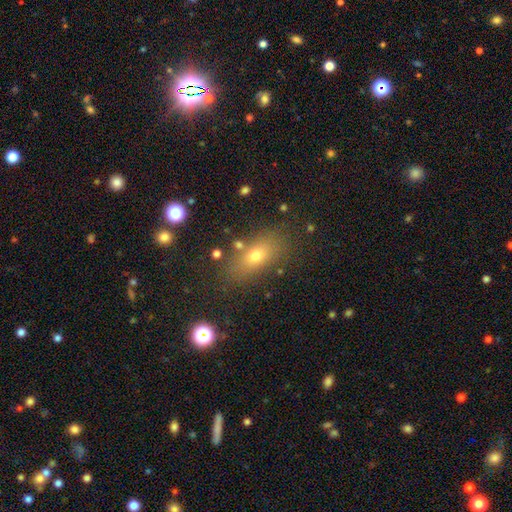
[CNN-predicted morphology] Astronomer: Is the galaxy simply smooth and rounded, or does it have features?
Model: smooth — 68%.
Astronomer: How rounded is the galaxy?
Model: in between — 74%.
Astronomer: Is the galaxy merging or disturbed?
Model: none — 78%.